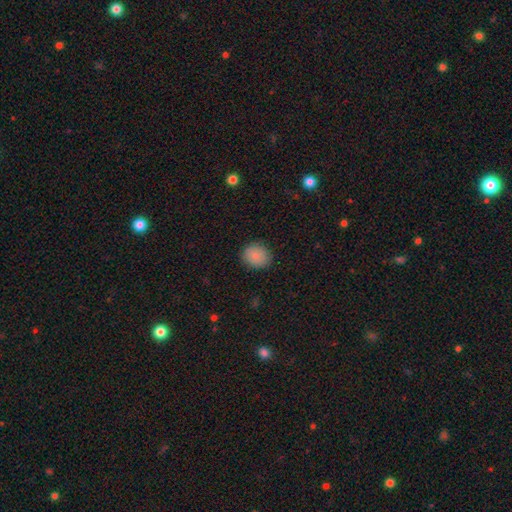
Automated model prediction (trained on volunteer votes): A smooth galaxy with no disk features (85%) that is round (70%).

Vote fractions:
- Smooth or featured? smooth: 85% / star or artifact: 9% / featured or disk: 7%
- How rounded? round: 70% / in between: 29% / cigar-shaped: 1%
- Merging? none: 87% / minor disturbance: 10% / major disturbance: 2% / merger: 1%